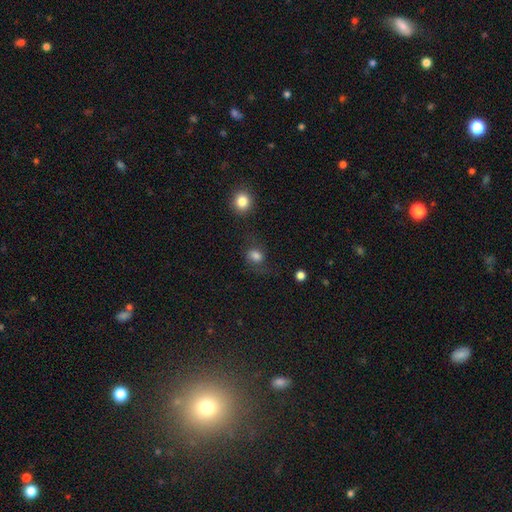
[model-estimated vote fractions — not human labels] This is likely a smooth galaxy (74%). How rounded: possibly round (54%). Merging: possibly none (55%).